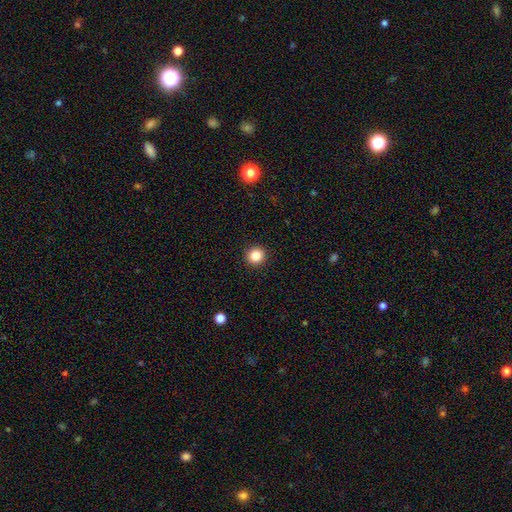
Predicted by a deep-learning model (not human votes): smooth_or_featured: smooth (p=0.85) [alt: star or artifact p=0.11]
how_rounded: round (p=0.94) [alt: in between p=0.05]
merging: none (p=0.93) [alt: minor disturbance p=0.04]